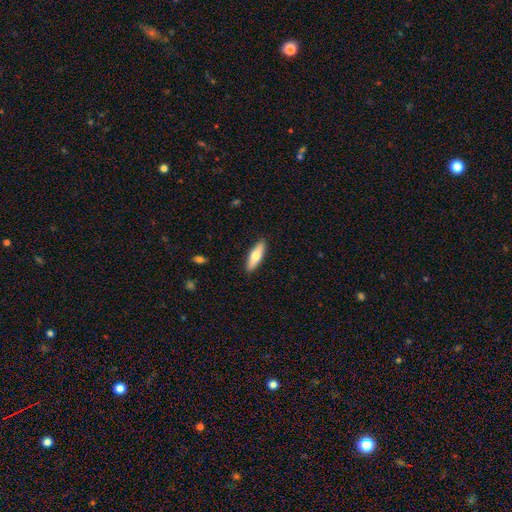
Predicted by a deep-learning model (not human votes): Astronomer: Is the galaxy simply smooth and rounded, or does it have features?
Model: smooth — 65%.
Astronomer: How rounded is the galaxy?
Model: cigar-shaped — 51% (runner-up: in between, 47%).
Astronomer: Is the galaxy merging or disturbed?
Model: none — 89%.